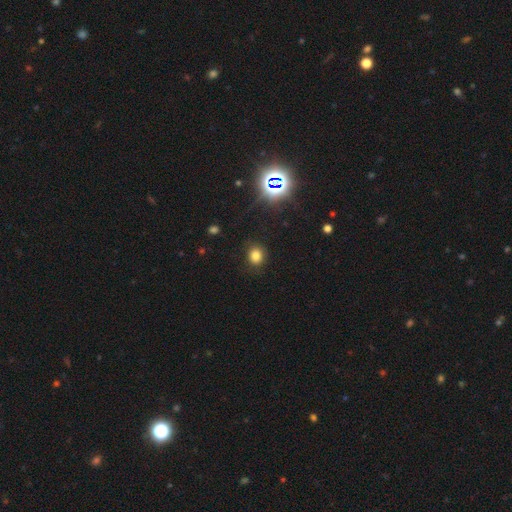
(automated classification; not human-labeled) This appears to be a smooth galaxy with no disk features (78%) that is round (71%). Merging: none (84%).